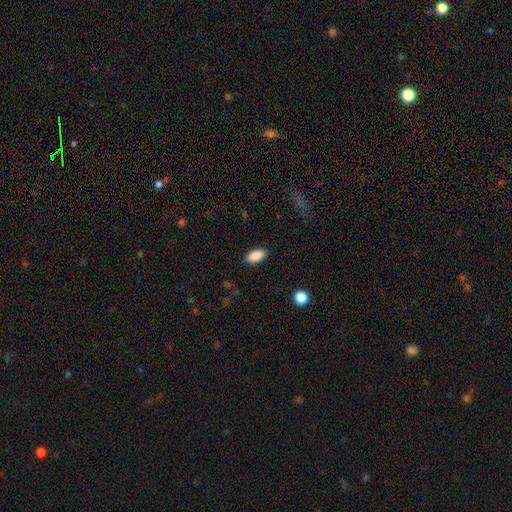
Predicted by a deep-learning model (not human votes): smooth-or-featured: smooth: 89% | star or artifact: 7% | featured or disk: 4%
  how-rounded: in between: 91% | cigar-shaped: 7% | round: 2%
  merging: none: 88% | minor disturbance: 9% | major disturbance: 2% | merger: 1%